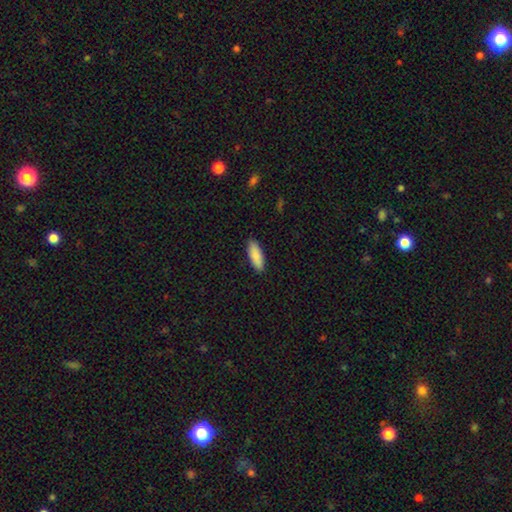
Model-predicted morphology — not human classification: smooth_or_featured: smooth (p=0.88) [alt: featured or disk p=0.07]
how_rounded: in between (p=0.66) [alt: cigar-shaped p=0.32]
merging: none (p=0.90) [alt: minor disturbance p=0.07]